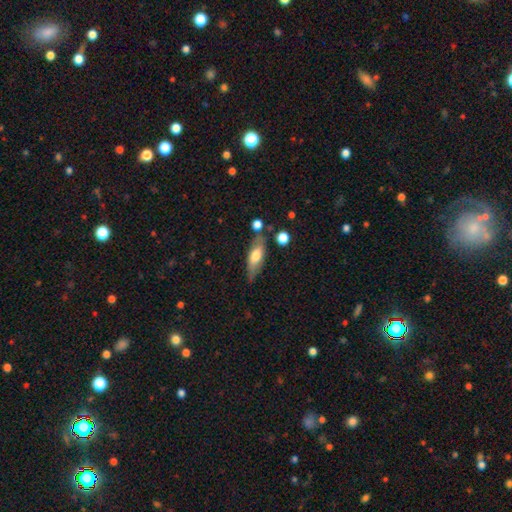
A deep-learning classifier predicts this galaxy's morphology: This appears to be a smooth galaxy with no disk features (61%) that is in between round and cigar-shaped (59%). Merging: none (70%).